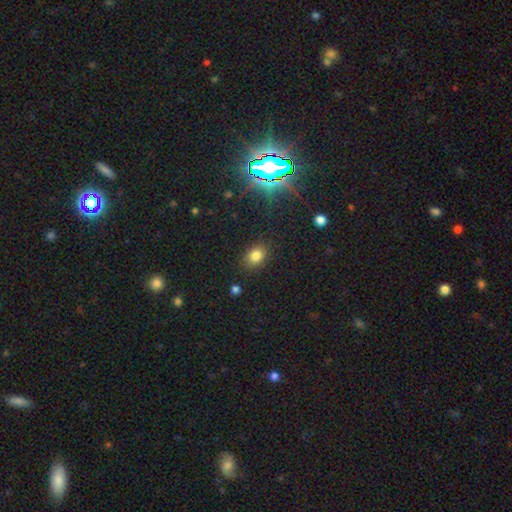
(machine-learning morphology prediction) Q: Smooth or featured?
A: smooth (78%); runner-up: star or artifact (16%)
Q: How rounded?
A: in between (59%); runner-up: round (40%)
Q: Merging?
A: none (84%); runner-up: minor disturbance (12%)